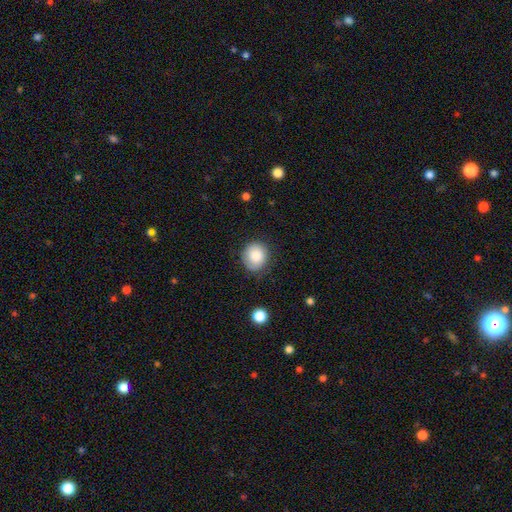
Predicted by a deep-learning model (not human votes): Smooth or featured?
  - smooth: 84% *
  - featured or disk: 8%
  - star or artifact: 8%
How rounded?
  - round: 80% *
  - in between: 20%
  - cigar-shaped: 1%
Merging?
  - none: 79% *
  - minor disturbance: 15%
  - major disturbance: 4%
  - merger: 1%